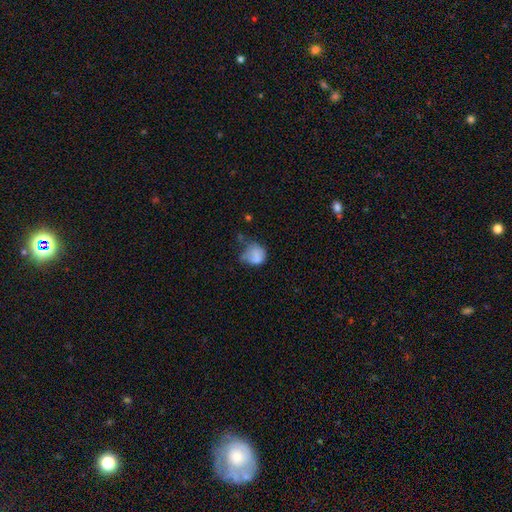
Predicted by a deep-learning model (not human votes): This is likely a smooth galaxy (72%). How rounded: likely round (61%). Merging: marginally minor disturbance (34%).